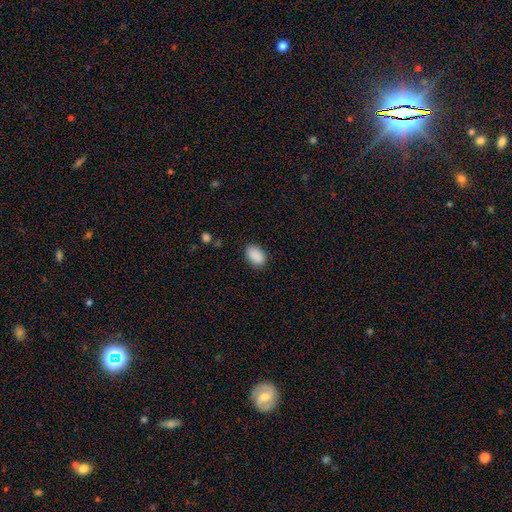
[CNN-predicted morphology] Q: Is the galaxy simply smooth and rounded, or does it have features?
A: smooth — 90%.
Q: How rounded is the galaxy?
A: in between — 87%.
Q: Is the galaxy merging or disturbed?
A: none — 85%.